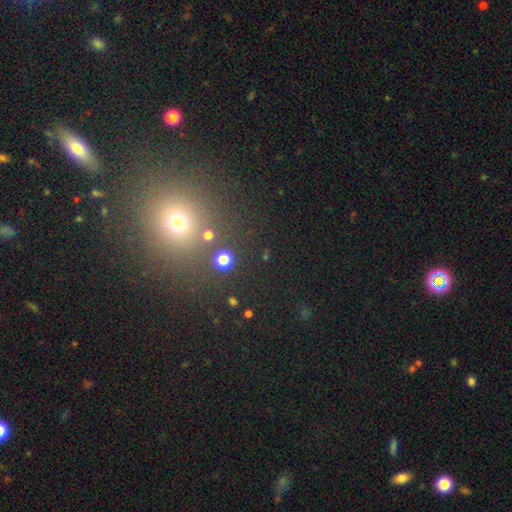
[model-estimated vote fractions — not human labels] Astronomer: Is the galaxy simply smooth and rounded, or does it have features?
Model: smooth — 47% (runner-up: star or artifact, 44%).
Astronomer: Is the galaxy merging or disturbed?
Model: none — 81%.